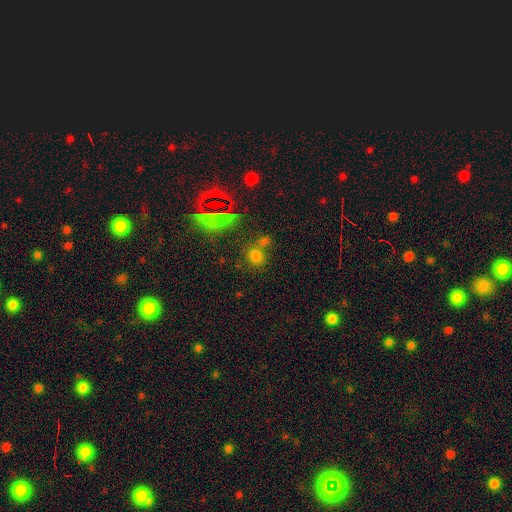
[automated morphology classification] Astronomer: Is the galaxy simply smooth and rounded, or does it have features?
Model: smooth — 64%.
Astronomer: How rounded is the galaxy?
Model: round — 80%.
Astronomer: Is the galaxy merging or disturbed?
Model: none — 58%.